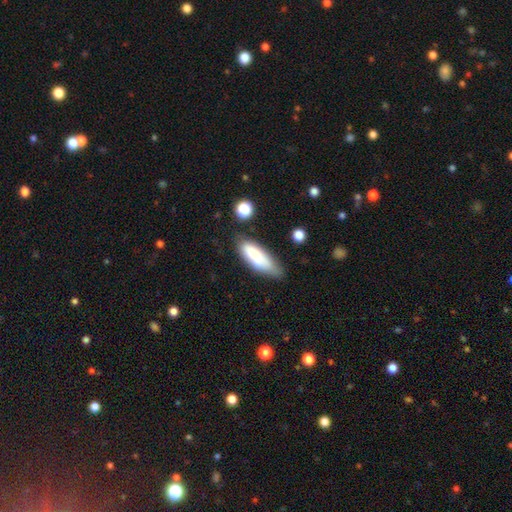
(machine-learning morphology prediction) This appears to be a smooth galaxy with no disk features (73%) that is in between round and cigar-shaped (55%). Merging: none (58%).